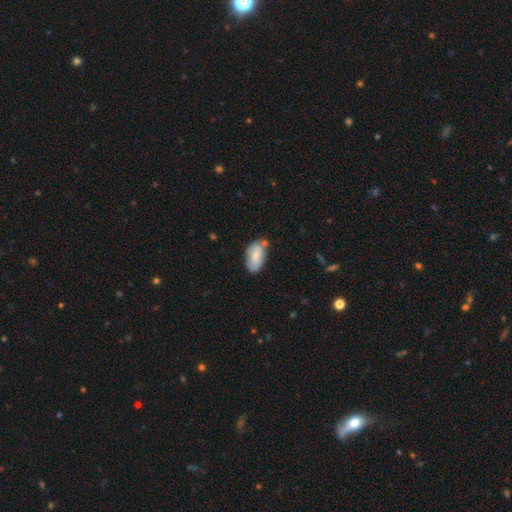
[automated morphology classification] This appears to be a smooth galaxy with no disk features (72%) that is in between round and cigar-shaped (94%). Merging: none (57%).